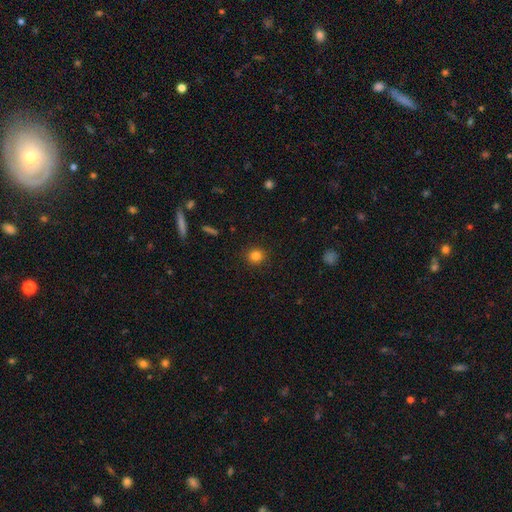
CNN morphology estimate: Overall: smooth (83%). How rounded: round (90%). Merging: none (91%).